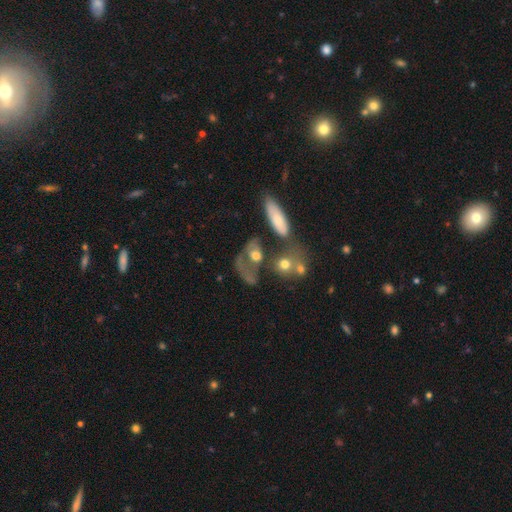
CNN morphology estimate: Overall: smooth (55%; featured or disk 34%). How rounded: in between (66%; round 28%). Merging: major disturbance (32%; merger 28%).